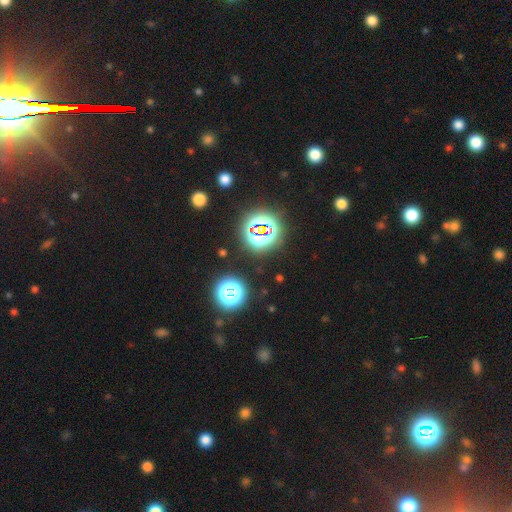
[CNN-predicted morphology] A star or artifact, not a galaxy (80%).